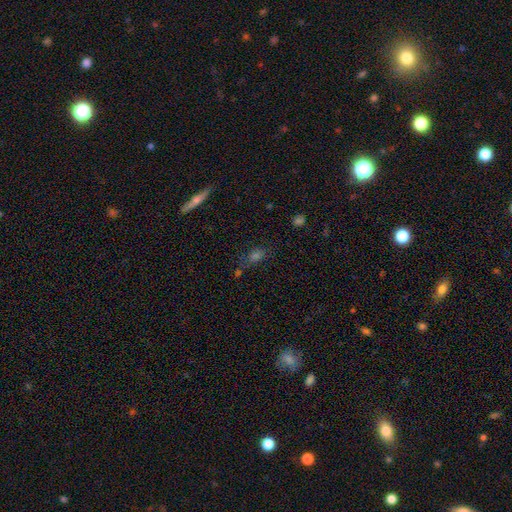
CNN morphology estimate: Smooth or featured? smooth (50%)
Merging? none (70%)